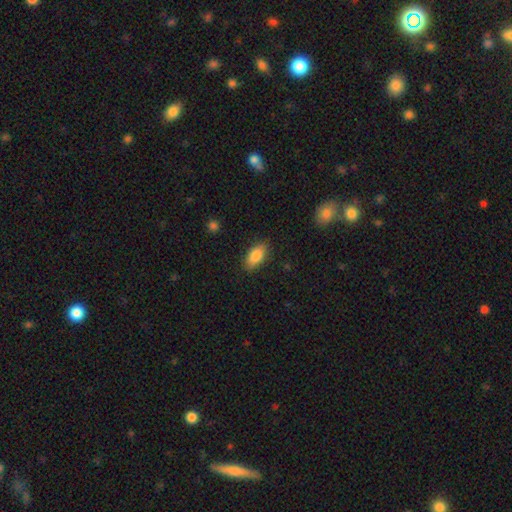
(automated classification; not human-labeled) Morphology: type=smooth (86%); roundness=in between (90%); merging=none (86%).